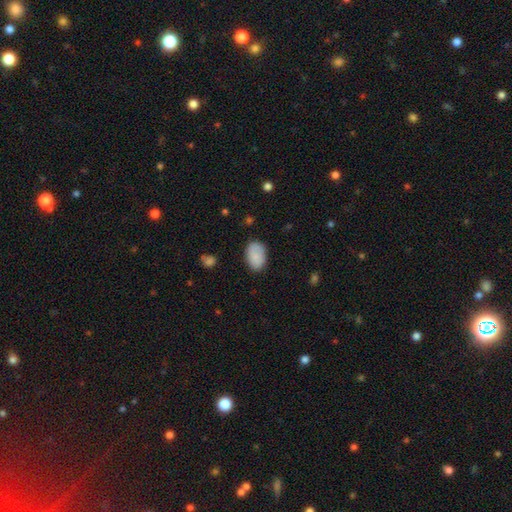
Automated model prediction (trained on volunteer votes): This is clearly a smooth galaxy (87%). How rounded: clearly in between (91%). Merging: likely none (80%).